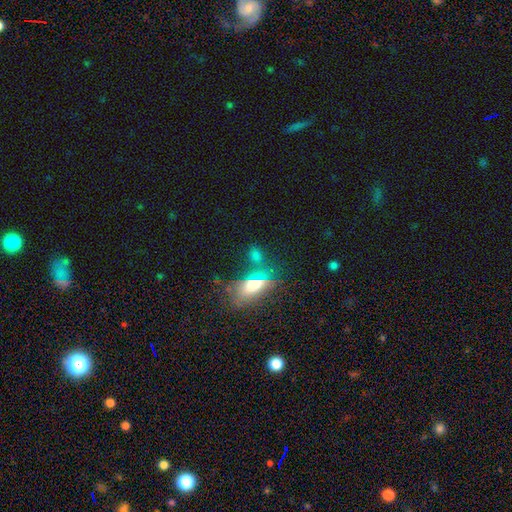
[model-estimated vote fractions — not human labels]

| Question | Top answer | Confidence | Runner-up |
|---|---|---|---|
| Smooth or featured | smooth | 60% | star or artifact (29%) |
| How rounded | in between | 64% | round (26%) |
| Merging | none | 68% | minor disturbance (14%) |